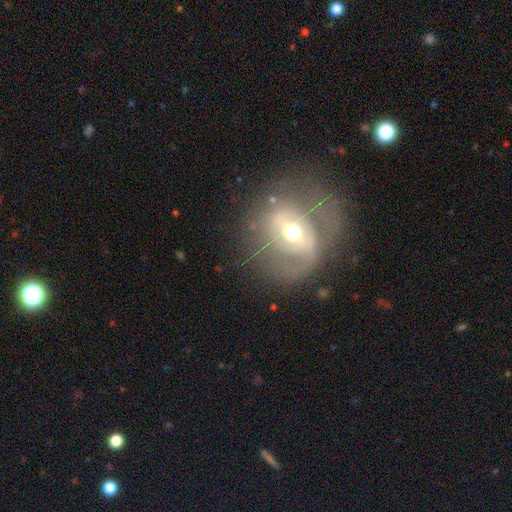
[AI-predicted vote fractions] smooth-or-featured: featured or disk: 74% | smooth: 18% | star or artifact: 8%
  disk-edge-on: no: 95% | yes: 5%
    bar: weak: 41% | strong: 33% | no: 26%
    has-spiral-arms: yes: 66% | no: 34%
    bulge-size: moderate: 71% | small: 18% | large: 9% | dominant: 1% | none: 1%
  merging: none: 53% | minor disturbance: 22% | major disturbance: 22% | merger: 3%